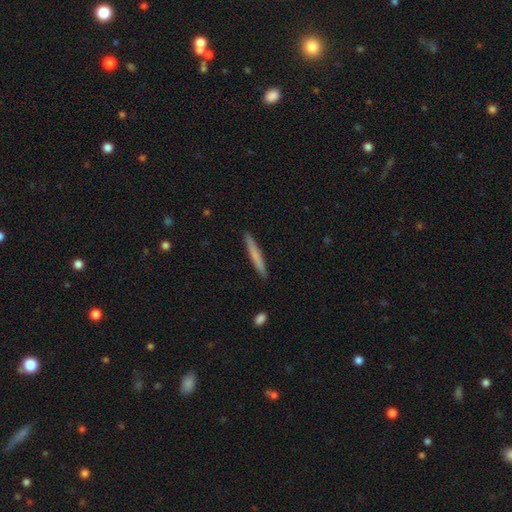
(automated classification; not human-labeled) A smooth galaxy with no disk features (70%) that is cigar-shaped (96%).

Vote fractions:
- Smooth or featured? smooth: 70% / featured or disk: 24% / star or artifact: 6%
- How rounded? cigar-shaped: 96% / in between: 2% / round: 1%
- Merging? none: 91% / minor disturbance: 6% / major disturbance: 1% / merger: 1%